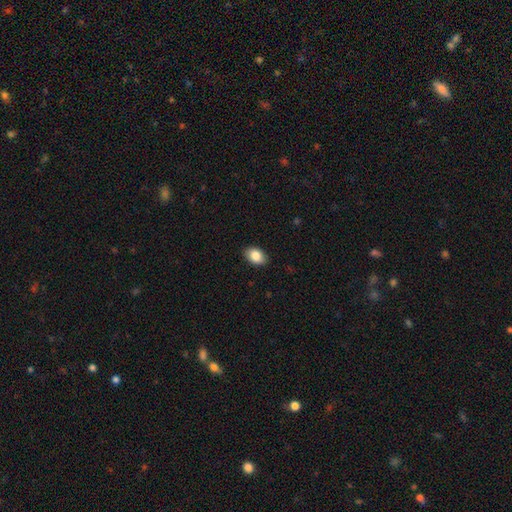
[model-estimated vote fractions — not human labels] This is clearly a smooth galaxy (86%). How rounded: clearly in between (84%). Merging: clearly none (89%).